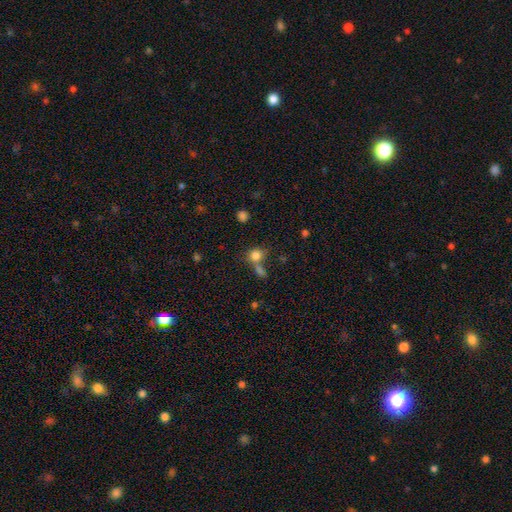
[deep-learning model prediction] smooth-or-featured: smooth: 80% | star or artifact: 12% | featured or disk: 8%
  how-rounded: round: 69% | in between: 29% | cigar-shaped: 2%
  merging: none: 51% | merger: 33% | minor disturbance: 11% | major disturbance: 6%